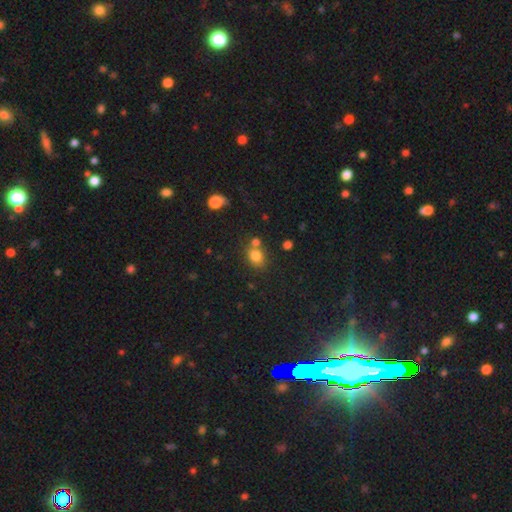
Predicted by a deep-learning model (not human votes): Overall: smooth (79%). How rounded: round (56%; in between 43%). Merging: none (61%; merger 23%).